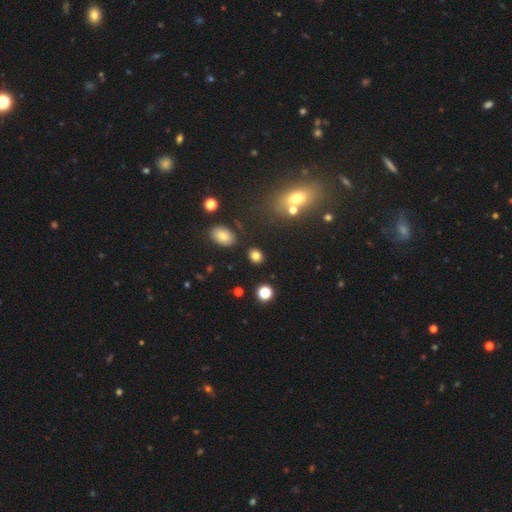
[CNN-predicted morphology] Smooth or featured? Predicted: smooth (p=0.80). How rounded? Predicted: round (p=0.54). Merging? Predicted: none (p=0.84).